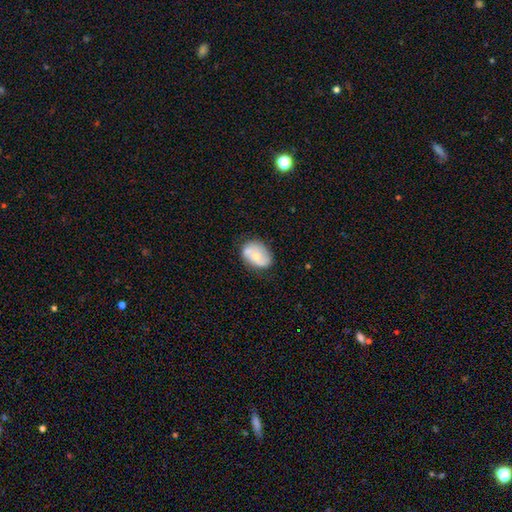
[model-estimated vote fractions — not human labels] A featured or disk galaxy (47%). Merging: none (64%).